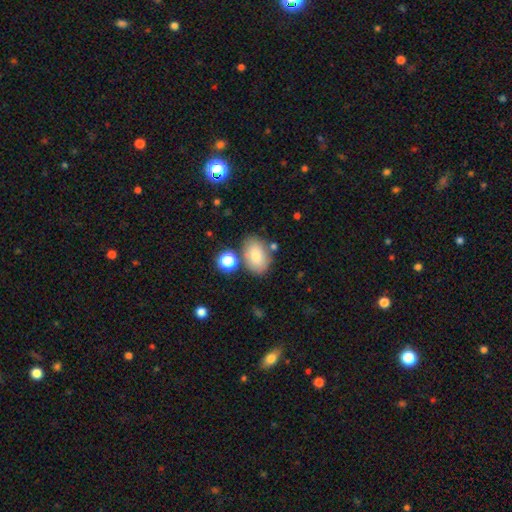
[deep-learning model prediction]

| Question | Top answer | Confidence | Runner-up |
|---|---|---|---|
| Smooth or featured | smooth | 76% | featured or disk (14%) |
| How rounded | in between | 83% | round (16%) |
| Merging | none | 71% | minor disturbance (15%) |